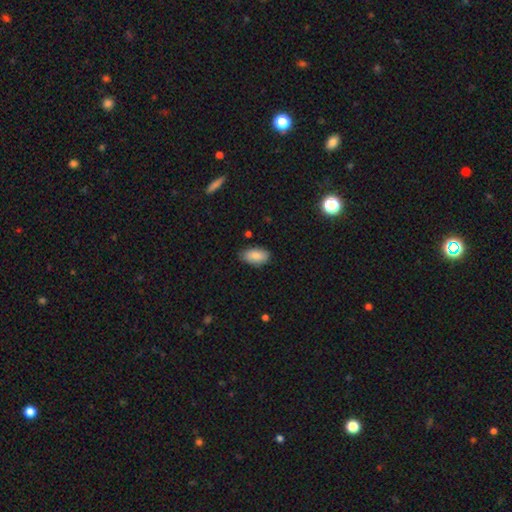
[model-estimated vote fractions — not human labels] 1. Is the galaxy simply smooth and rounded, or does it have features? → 86% smooth, 7% featured or disk, 7% star or artifact.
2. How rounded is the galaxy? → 94% in between, 3% round, 3% cigar-shaped.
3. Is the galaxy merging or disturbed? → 81% none, 15% minor disturbance, 3% major disturbance, 1% merger.